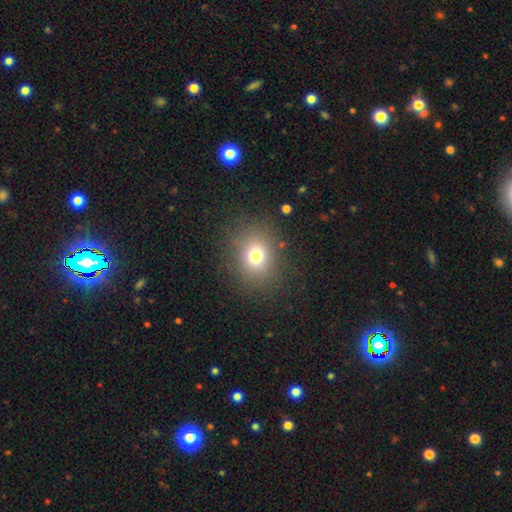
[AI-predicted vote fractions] Overall: smooth (73%). How rounded: round (60%; in between 39%). Merging: none (84%).